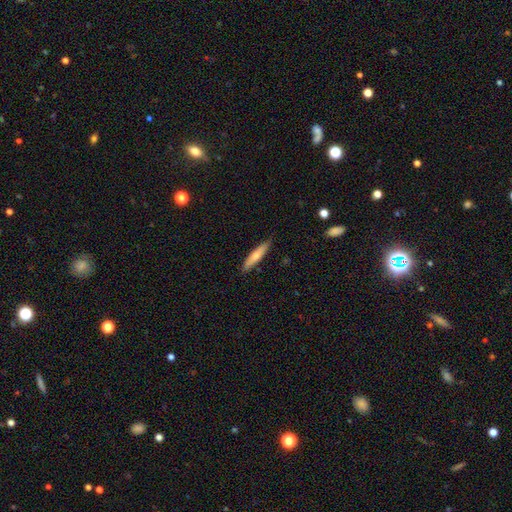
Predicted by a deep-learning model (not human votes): Overall: smooth (67%; featured or disk 28%). How rounded: cigar-shaped (87%). Merging: none (87%).